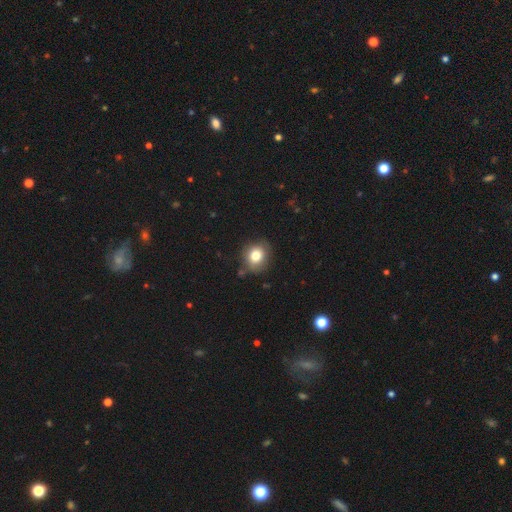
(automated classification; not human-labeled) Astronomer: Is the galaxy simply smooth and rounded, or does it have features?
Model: smooth — 79%.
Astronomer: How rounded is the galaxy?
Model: round — 79%.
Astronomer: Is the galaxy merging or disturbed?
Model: none — 80%.